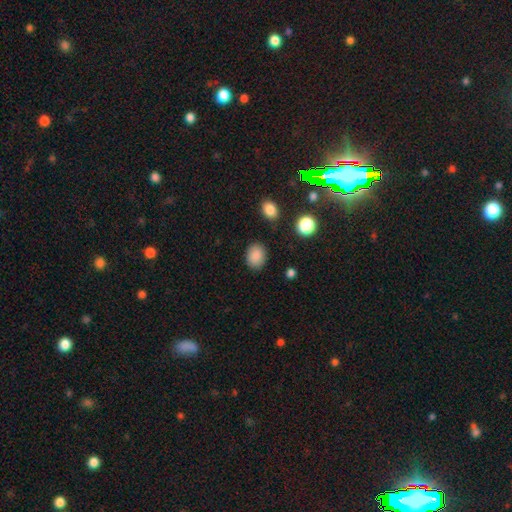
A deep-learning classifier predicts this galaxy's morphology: smooth_or_featured: smooth (p=0.87) [alt: star or artifact p=0.09]
how_rounded: in between (p=0.54) [alt: round p=0.45]
merging: none (p=0.85) [alt: minor disturbance p=0.10]